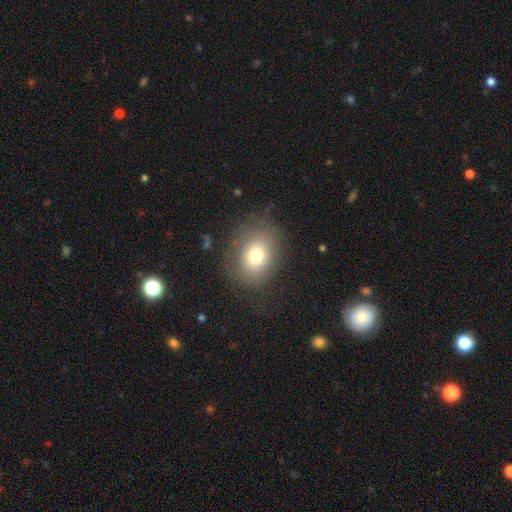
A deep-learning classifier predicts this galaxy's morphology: A smooth galaxy with no disk features (74%) that is in between round and cigar-shaped (54%). Merging: none (75%).